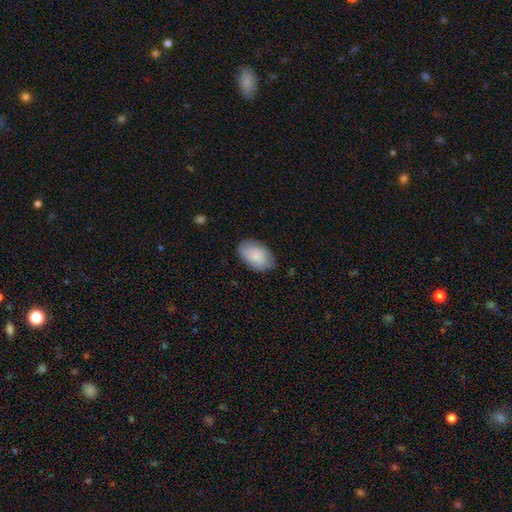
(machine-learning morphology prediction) smooth_or_featured: smooth (p=0.84) [alt: featured or disk p=0.10]
how_rounded: in between (p=0.93) [alt: round p=0.06]
merging: none (p=0.79) [alt: minor disturbance p=0.17]